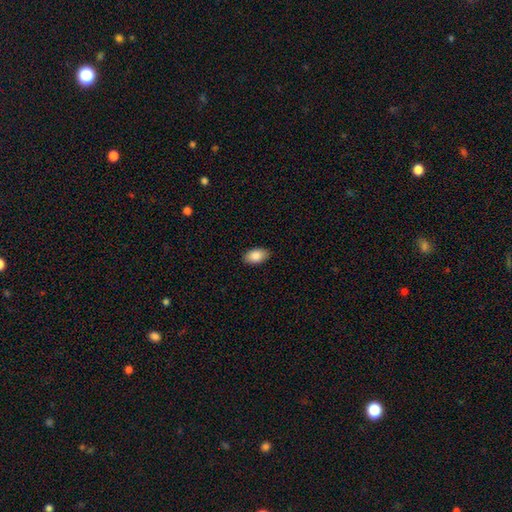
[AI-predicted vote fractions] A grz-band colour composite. It shows a smooth galaxy with no disk features (87%) that is in between round and cigar-shaped (92%). Merging: none (88%).